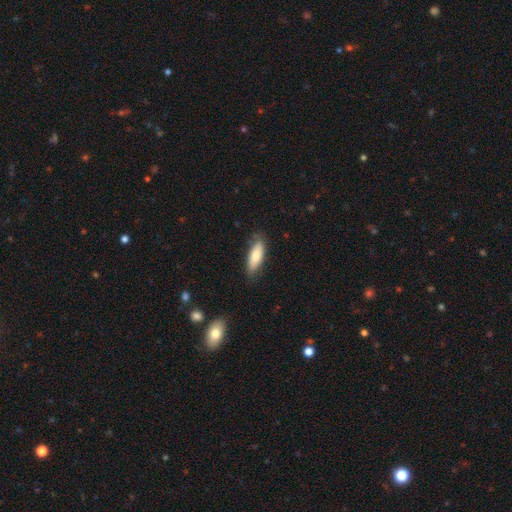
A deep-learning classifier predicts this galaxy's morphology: Smooth or featured?
  - smooth: 79% *
  - featured or disk: 15%
  - star or artifact: 6%
How rounded?
  - in between: 62% *
  - cigar-shaped: 36%
  - round: 2%
Merging?
  - none: 81% *
  - minor disturbance: 14%
  - major disturbance: 3%
  - merger: 1%